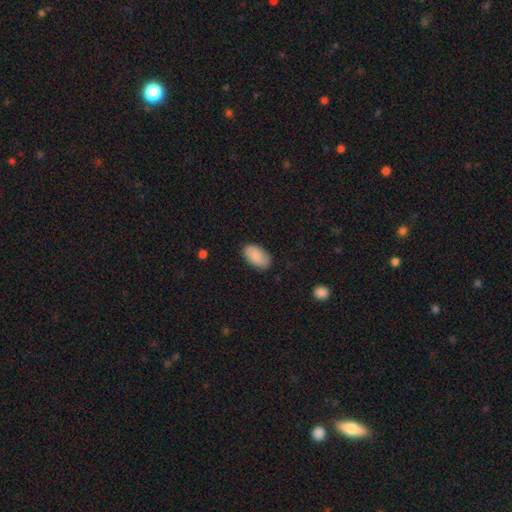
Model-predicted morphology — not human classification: Smooth or featured? smooth (88%)
How rounded? in between (95%)
Merging? none (85%)